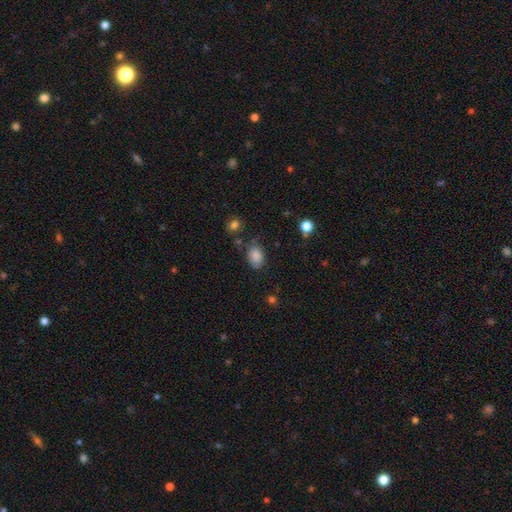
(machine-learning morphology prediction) This appears to be a smooth galaxy with no disk features (84%) that is in between round and cigar-shaped (81%). Merging: none (63%).